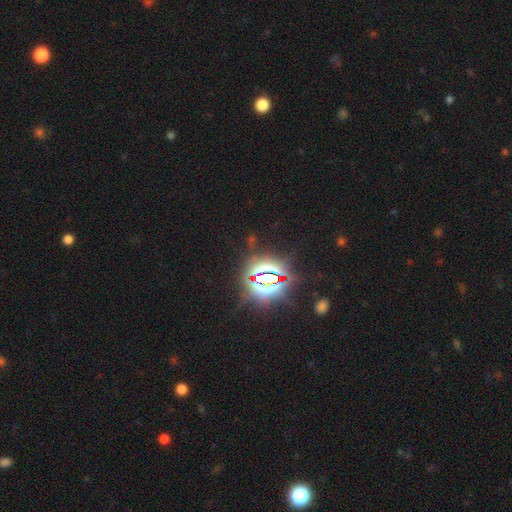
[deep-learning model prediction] smooth-or-featured: star or artifact: 84% | smooth: 9% | featured or disk: 7%